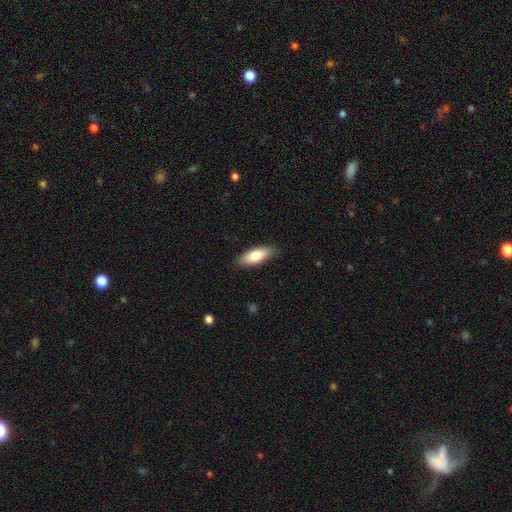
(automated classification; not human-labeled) smooth_or_featured: smooth (p=0.77) [alt: featured or disk p=0.17]
how_rounded: in between (p=0.74) [alt: cigar-shaped p=0.24]
merging: none (p=0.84) [alt: minor disturbance p=0.13]